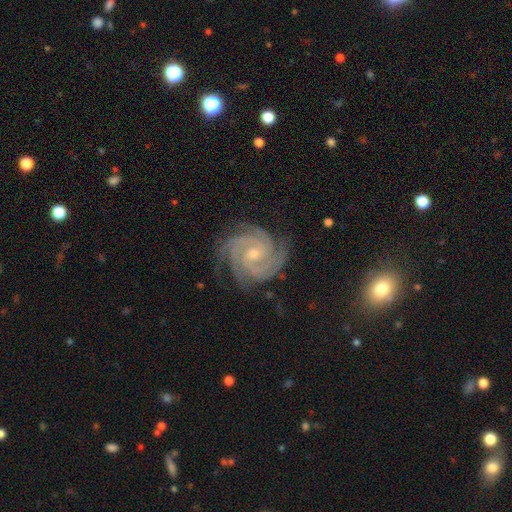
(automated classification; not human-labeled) smooth_or_featured: featured or disk (p=0.91) [alt: star or artifact p=0.06]
disk_edge_on: no (p=0.98) [alt: yes p=0.02]
bar: no (p=0.57) [alt: weak p=0.30]
has_spiral_arms: yes (p=0.99) [alt: no p=0.01]
spiral_winding: tight (p=0.75) [alt: medium p=0.22]
spiral_arm_count: 3 (p=0.39) [alt: 4 p=0.26]
bulge_size: small (p=0.66) [alt: moderate p=0.31]
merging: none (p=0.81) [alt: minor disturbance p=0.14]